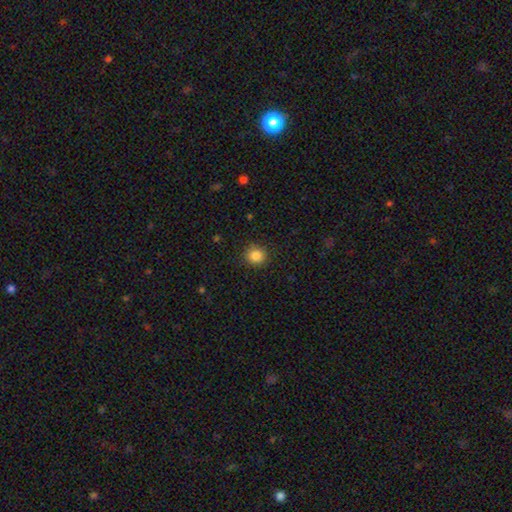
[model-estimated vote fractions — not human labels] Smooth or featured?
  - smooth: 86% *
  - star or artifact: 10%
  - featured or disk: 4%
How rounded?
  - round: 90% *
  - in between: 9%
  - cigar-shaped: 1%
Merging?
  - none: 89% *
  - minor disturbance: 7%
  - major disturbance: 2%
  - merger: 1%